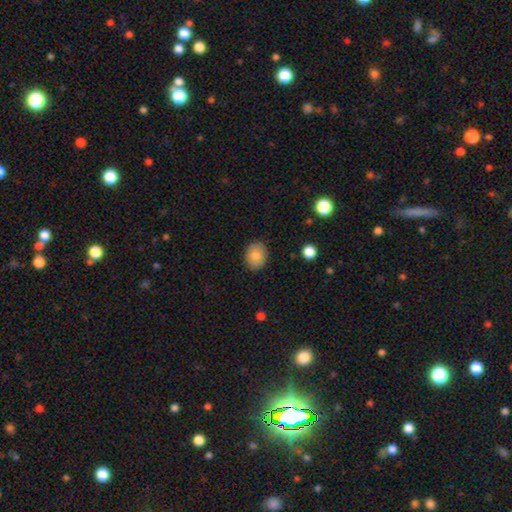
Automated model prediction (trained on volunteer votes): smooth 84%, featured or disk 8%, star or artifact 8%. Down the decision tree: how rounded — in between (59%); merging — none (87%).